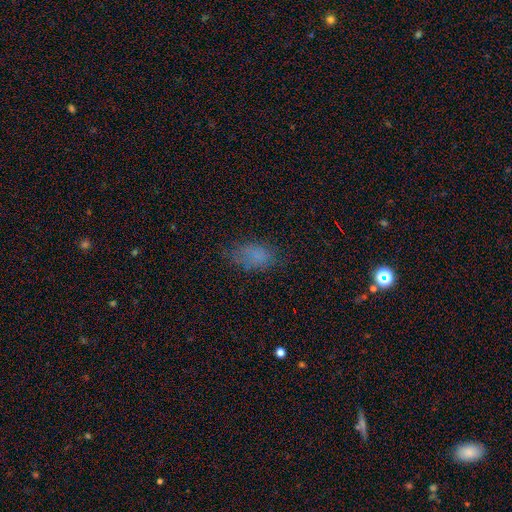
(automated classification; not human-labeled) Q: Smooth or featured?
A: smooth (75%); runner-up: star or artifact (14%)
Q: How rounded?
A: in between (90%); runner-up: round (7%)
Q: Merging?
A: none (63%); runner-up: minor disturbance (24%)